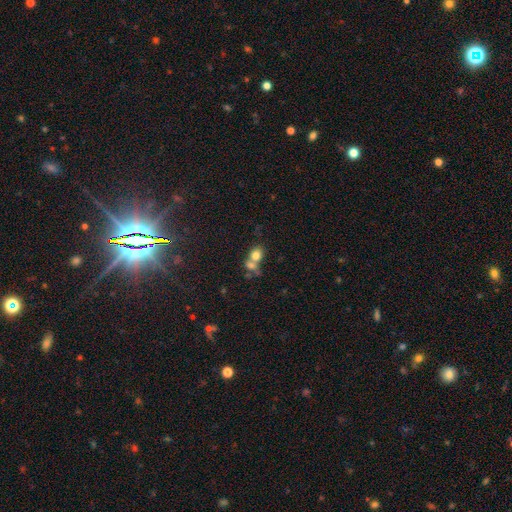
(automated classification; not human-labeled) Smooth or featured: smooth — 75% (featured or disk — 13%)
How rounded: round — 56% (in between — 43%)
Merging: merger — 58% (none — 29%)